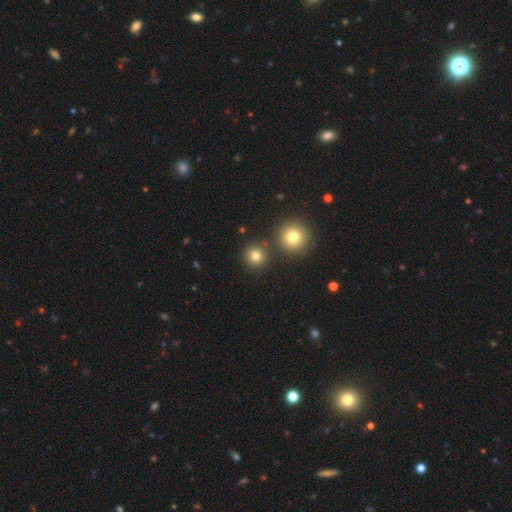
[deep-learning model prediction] Smooth or featured?
  - smooth: 79% *
  - star or artifact: 15%
  - featured or disk: 6%
How rounded?
  - round: 94% *
  - in between: 5%
  - cigar-shaped: 1%
Merging?
  - none: 84% *
  - merger: 8%
  - minor disturbance: 6%
  - major disturbance: 2%